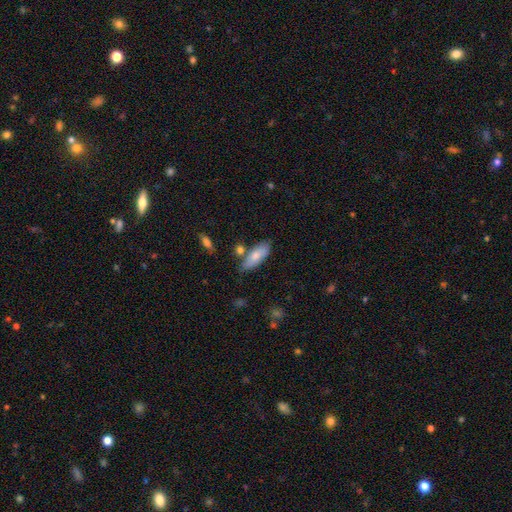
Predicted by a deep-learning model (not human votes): Q: Smooth or featured?
A: smooth (77%); runner-up: featured or disk (17%)
Q: How rounded?
A: in between (72%); runner-up: cigar-shaped (26%)
Q: Merging?
A: none (69%); runner-up: minor disturbance (17%)